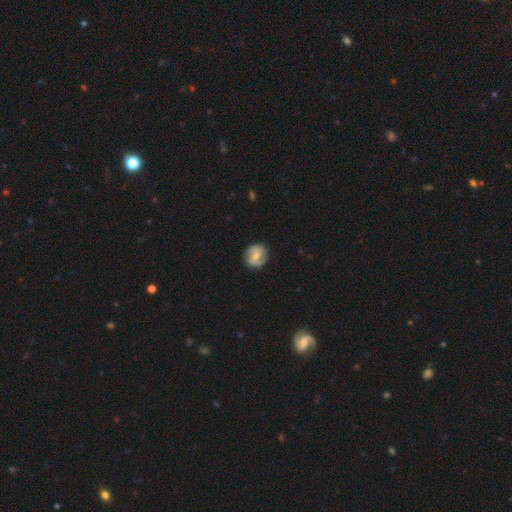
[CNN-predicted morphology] Smooth or featured: featured or disk — 49% (smooth — 44%)
Merging: none — 83% (minor disturbance — 13%)